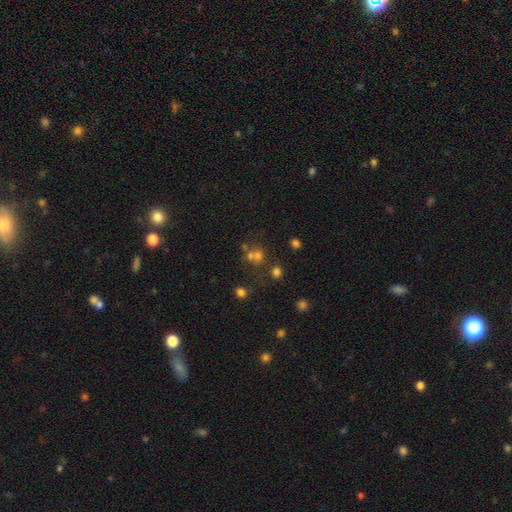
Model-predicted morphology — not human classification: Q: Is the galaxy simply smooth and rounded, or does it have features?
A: smooth — 48%.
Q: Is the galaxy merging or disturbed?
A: none — 53%.